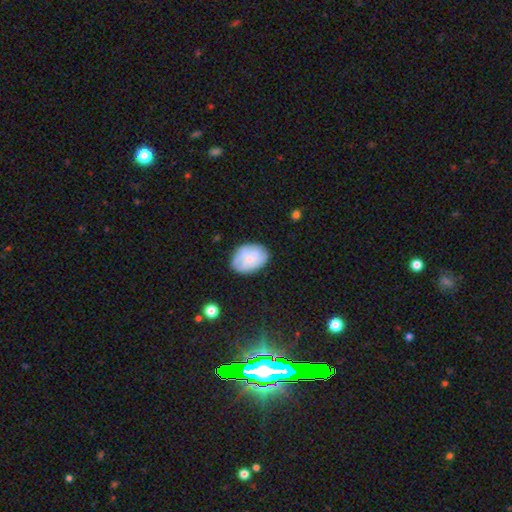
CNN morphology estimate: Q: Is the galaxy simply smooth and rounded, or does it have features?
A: smooth — 52%.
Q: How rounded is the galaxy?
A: in between — 73%.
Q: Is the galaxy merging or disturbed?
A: none — 78%.